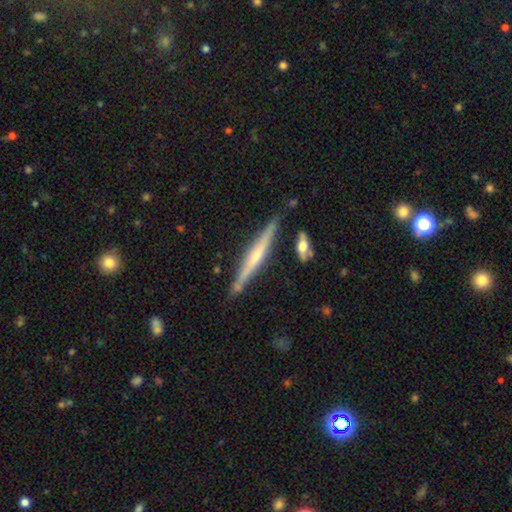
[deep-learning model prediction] Morphology: type=featured or disk (64%); edge-on=yes (97%); edge-on bulge=rounded (45%); merging=none (84%).